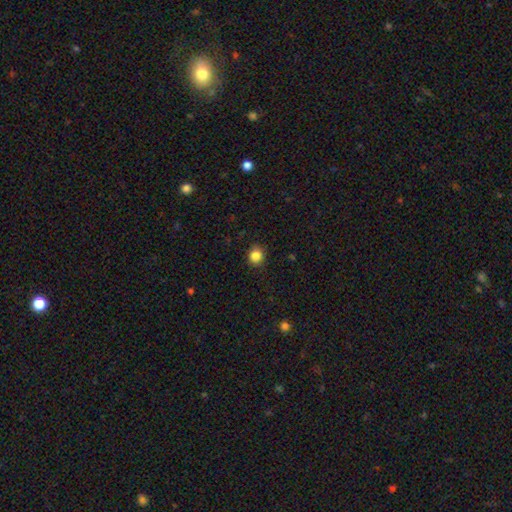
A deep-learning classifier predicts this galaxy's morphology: The model was most divided on "how rounded": round: 82%, in between: 17%, cigar-shaped: 1%. More confident: merging — none (89%); smooth or featured — smooth (85%).